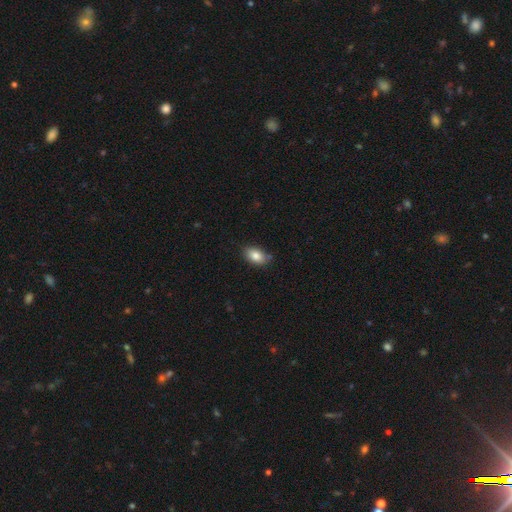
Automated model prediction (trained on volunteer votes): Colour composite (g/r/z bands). It shows a smooth galaxy with no disk features (84%) that is in between round and cigar-shaped (90%). Merging: none (79%).